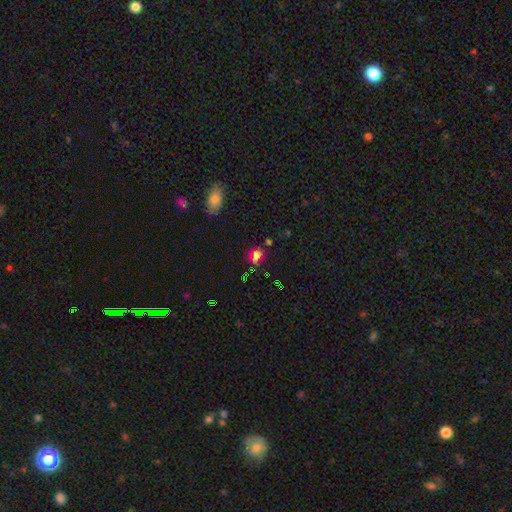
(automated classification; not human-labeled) Smooth or featured?
  - smooth: 59% *
  - star or artifact: 33%
  - featured or disk: 8%
How rounded?
  - round: 54% *
  - in between: 43%
  - cigar-shaped: 3%
Merging?
  - none: 76% *
  - minor disturbance: 12%
  - merger: 6%
  - major disturbance: 6%